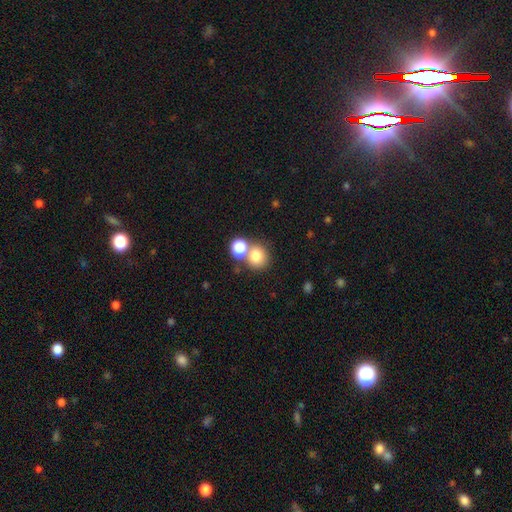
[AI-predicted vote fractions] Smooth or featured: smooth — 78% (star or artifact — 13%)
How rounded: round — 82% (in between — 17%)
Merging: none — 52% (merger — 37%)